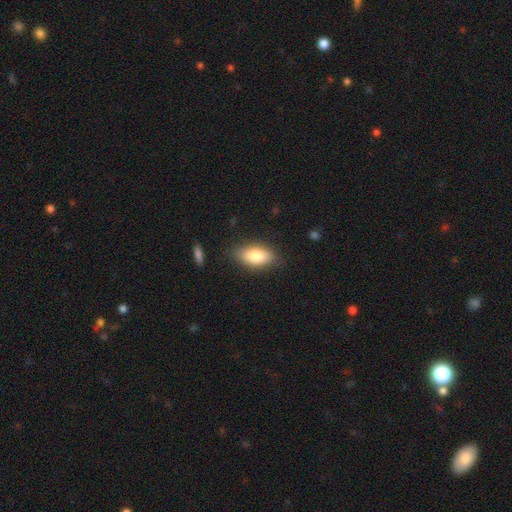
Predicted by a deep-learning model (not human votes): Smooth or featured: smooth — 80% (featured or disk — 13%)
How rounded: in between — 88% (cigar-shaped — 8%)
Merging: none — 81% (minor disturbance — 14%)